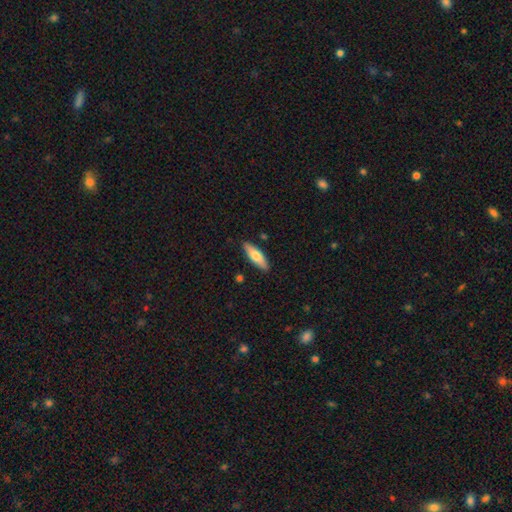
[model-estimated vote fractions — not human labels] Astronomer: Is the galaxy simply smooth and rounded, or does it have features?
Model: smooth — 70%.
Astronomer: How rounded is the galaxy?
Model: in between — 50% (runner-up: cigar-shaped, 48%).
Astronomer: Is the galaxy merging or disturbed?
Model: none — 87%.